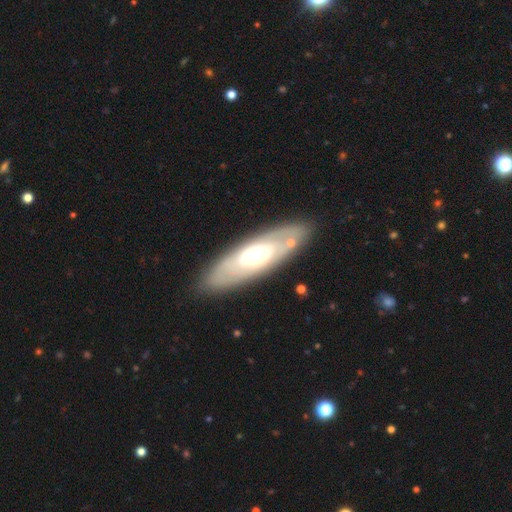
Q: Smooth or featured?
A: featured or disk (63%); runner-up: smooth (37%)
Q: Edge-on disk?
A: no (67%); runner-up: yes (33%)
Q: Bar?
A: no (100%)
Q: Spiral arms?
A: no (62%); runner-up: yes (38%)
Q: Bulge size?
A: moderate (62%); runner-up: small (31%)
Q: Merging?
A: none (84%); runner-up: minor disturbance (8%)